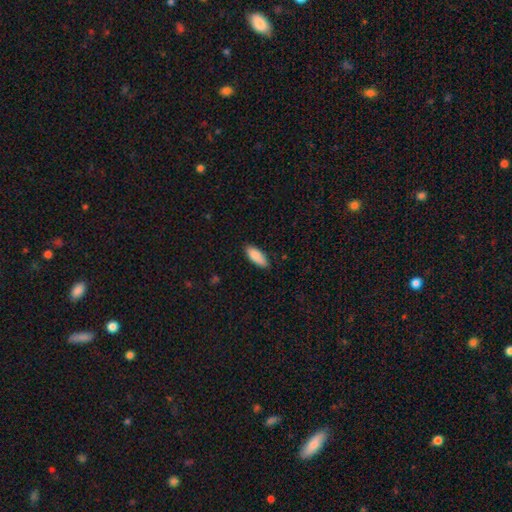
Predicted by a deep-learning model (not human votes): Smooth or featured? smooth (87%)
How rounded? in between (78%)
Merging? none (84%)